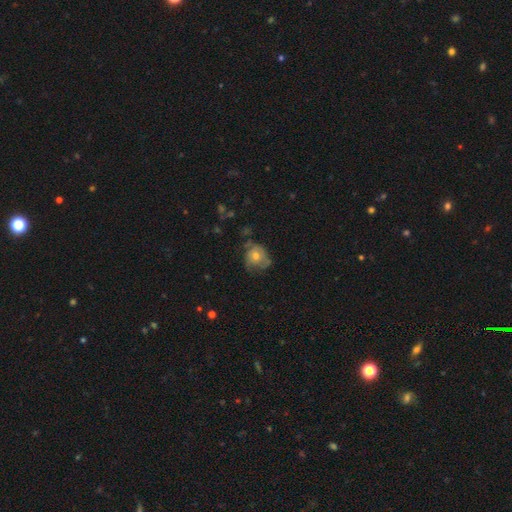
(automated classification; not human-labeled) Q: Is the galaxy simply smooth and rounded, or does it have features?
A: smooth — 50%.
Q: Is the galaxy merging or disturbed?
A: none — 50%.